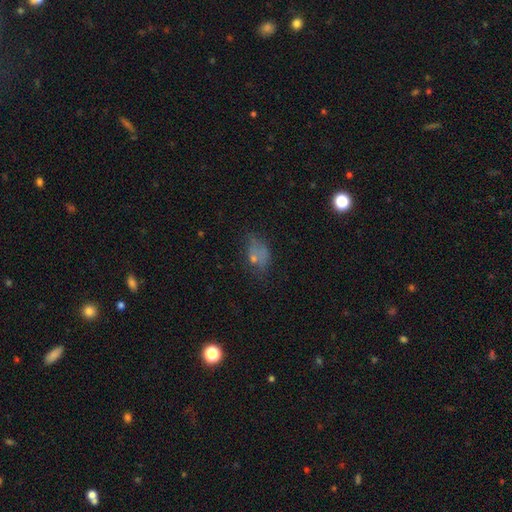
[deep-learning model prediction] smooth_or_featured: smooth (p=0.53) [alt: star or artifact p=0.24]
how_rounded: in between (p=0.74) [alt: round p=0.23]
merging: none (p=0.43) [alt: minor disturbance p=0.26]